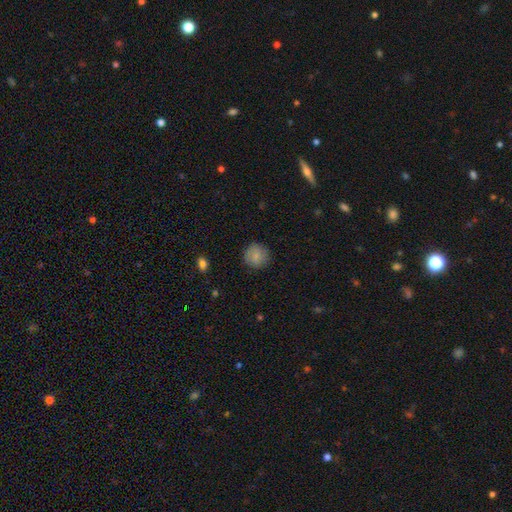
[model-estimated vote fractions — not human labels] Morphology: type=smooth (82%); roundness=round (91%); merging=none (85%).